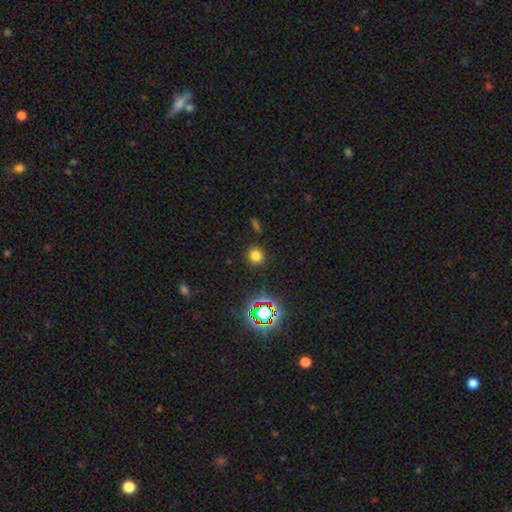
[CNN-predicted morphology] smooth_or_featured: smooth (p=0.74) [alt: star or artifact p=0.21]
how_rounded: round (p=0.92) [alt: in between p=0.07]
merging: none (p=0.89) [alt: minor disturbance p=0.06]